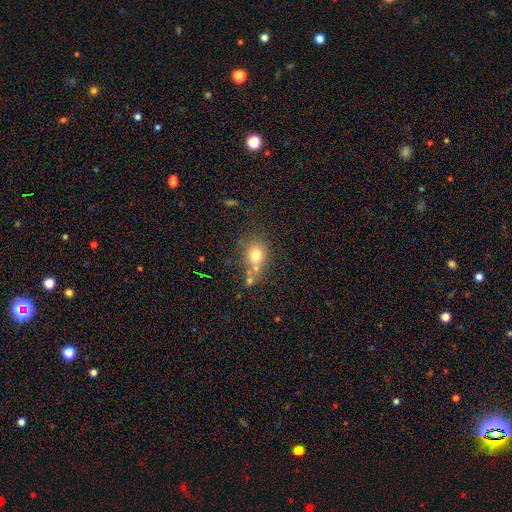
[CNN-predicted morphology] smooth_or_featured: smooth (p=0.72) [alt: featured or disk p=0.14]
how_rounded: round (p=0.68) [alt: in between p=0.31]
merging: none (p=0.51) [alt: merger p=0.27]